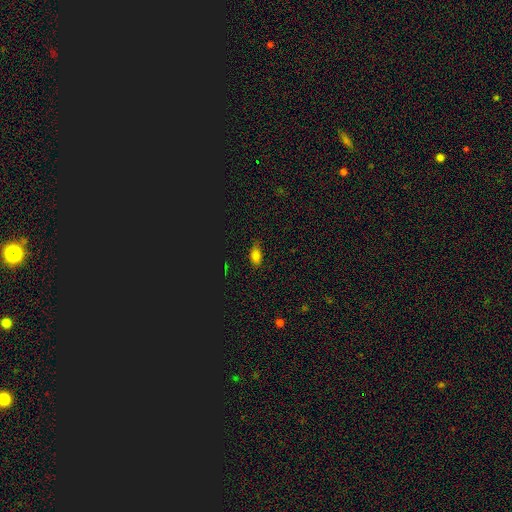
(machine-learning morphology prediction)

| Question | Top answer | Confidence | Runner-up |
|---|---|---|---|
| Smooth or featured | smooth | 72% | star or artifact (21%) |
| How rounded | in between | 87% | round (8%) |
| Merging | none | 75% | minor disturbance (19%) |